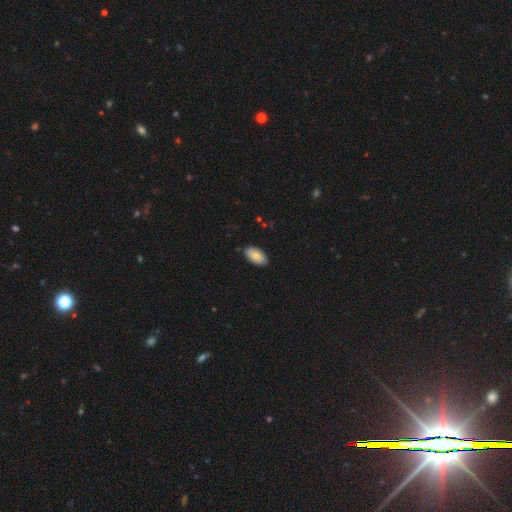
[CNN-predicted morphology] A smooth galaxy with no disk features (85%) that is in between round and cigar-shaped (95%).

Vote fractions:
- Smooth or featured? smooth: 85% / featured or disk: 9% / star or artifact: 6%
- How rounded? in between: 95% / cigar-shaped: 3% / round: 2%
- Merging? none: 86% / minor disturbance: 11% / major disturbance: 2% / merger: 1%